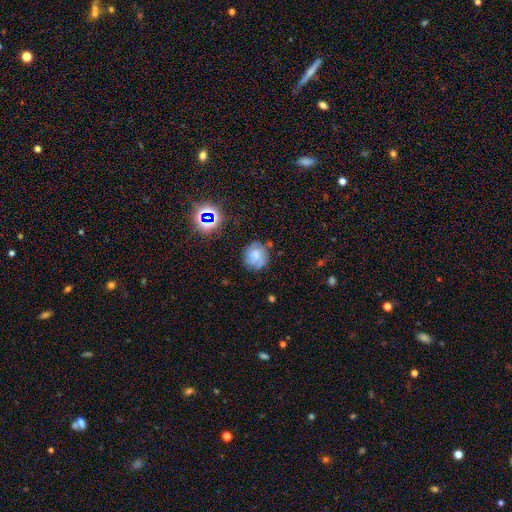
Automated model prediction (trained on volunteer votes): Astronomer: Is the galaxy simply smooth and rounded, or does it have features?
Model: smooth — 45% (runner-up: featured or disk, 40%).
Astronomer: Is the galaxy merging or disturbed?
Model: none — 72%.